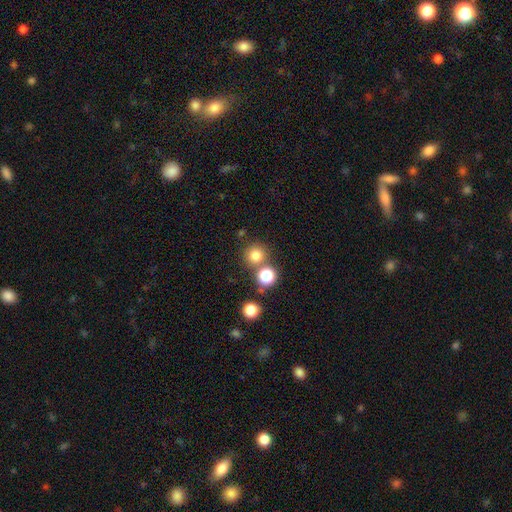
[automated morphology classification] A smooth galaxy with no disk features (78%) that is round (93%).

Vote fractions:
- Smooth or featured? smooth: 78% / star or artifact: 15% / featured or disk: 6%
- How rounded? round: 93% / in between: 6% / cigar-shaped: 1%
- Merging? none: 71% / merger: 19% / minor disturbance: 7% / major disturbance: 3%